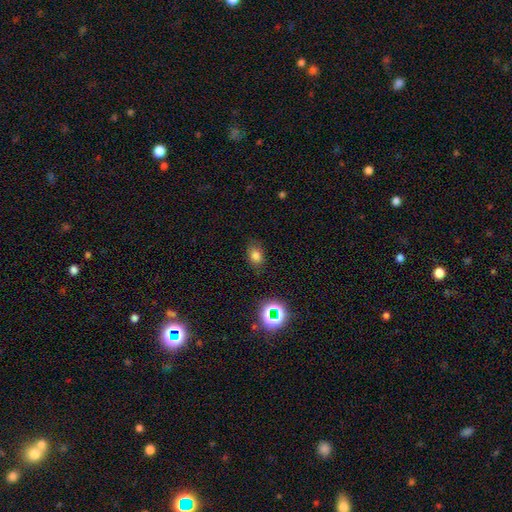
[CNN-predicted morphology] smooth_or_featured: smooth (p=0.73) [alt: star or artifact p=0.17]
how_rounded: in between (p=0.69) [alt: round p=0.29]
merging: none (p=0.79) [alt: minor disturbance p=0.15]